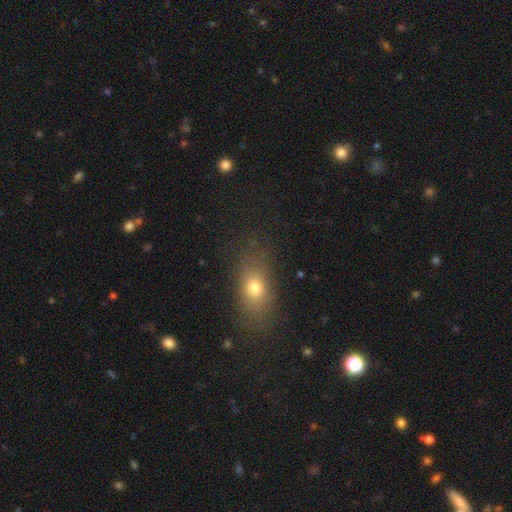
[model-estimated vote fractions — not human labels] Smooth or featured: smooth — 65% (star or artifact — 19%)
How rounded: in between — 69% (round — 18%)
Merging: none — 85% (minor disturbance — 10%)